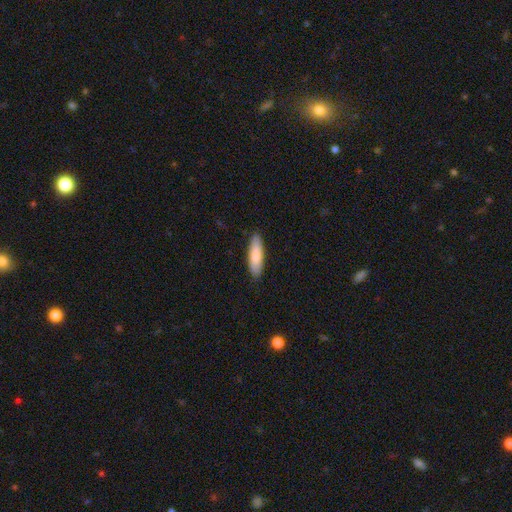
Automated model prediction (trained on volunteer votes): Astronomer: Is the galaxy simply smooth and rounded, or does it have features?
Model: smooth — 84%.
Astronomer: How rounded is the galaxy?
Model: cigar-shaped — 54% (runner-up: in between, 45%).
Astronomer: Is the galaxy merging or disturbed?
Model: none — 89%.